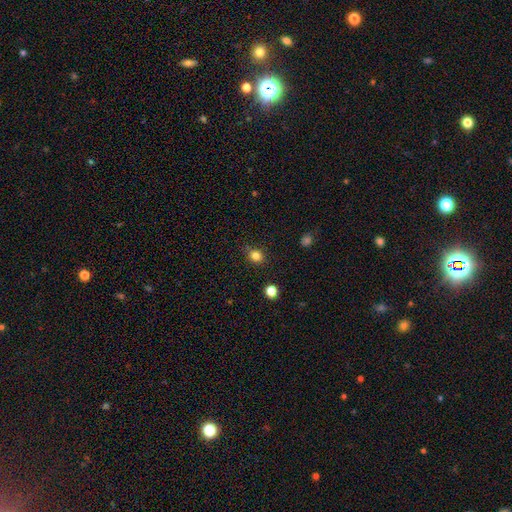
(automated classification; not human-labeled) Smooth or featured?
  - smooth: 82% *
  - star or artifact: 13%
  - featured or disk: 5%
How rounded?
  - round: 75% *
  - in between: 24%
  - cigar-shaped: 1%
Merging?
  - none: 84% *
  - minor disturbance: 12%
  - major disturbance: 3%
  - merger: 2%